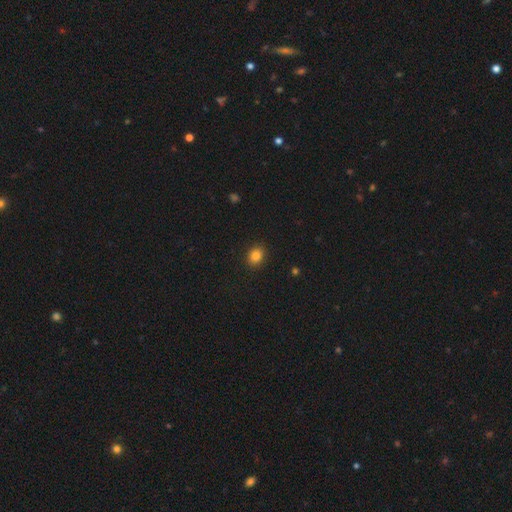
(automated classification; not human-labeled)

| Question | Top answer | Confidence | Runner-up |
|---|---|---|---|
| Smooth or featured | smooth | 84% | star or artifact (11%) |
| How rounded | round | 60% | in between (39%) |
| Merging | none | 90% | minor disturbance (7%) |